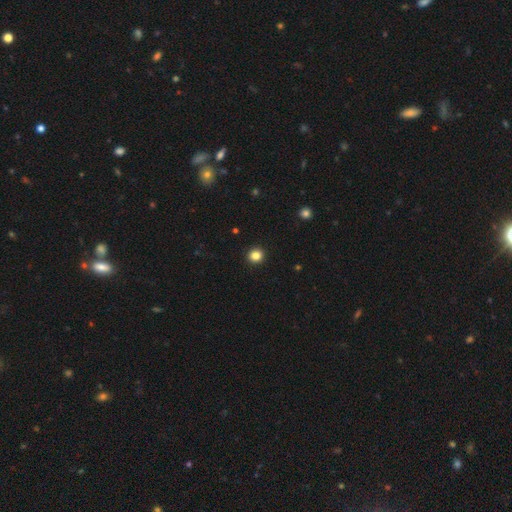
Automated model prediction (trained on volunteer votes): Smooth or featured: smooth — 84% (star or artifact — 12%)
How rounded: round — 92% (in between — 7%)
Merging: none — 93% (minor disturbance — 4%)